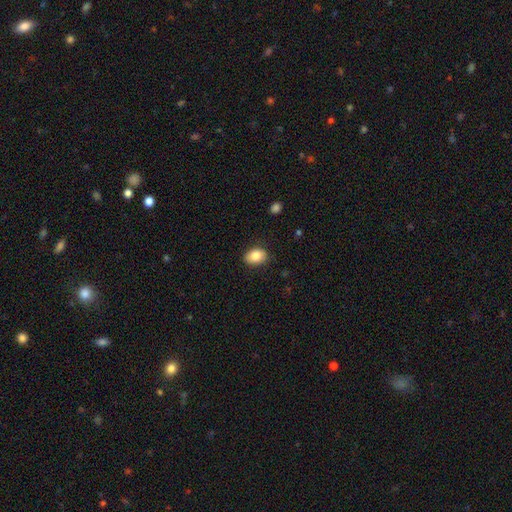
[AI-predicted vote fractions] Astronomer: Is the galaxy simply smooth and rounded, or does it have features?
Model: smooth — 85%.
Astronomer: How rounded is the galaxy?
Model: in between — 75%.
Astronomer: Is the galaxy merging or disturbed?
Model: none — 85%.